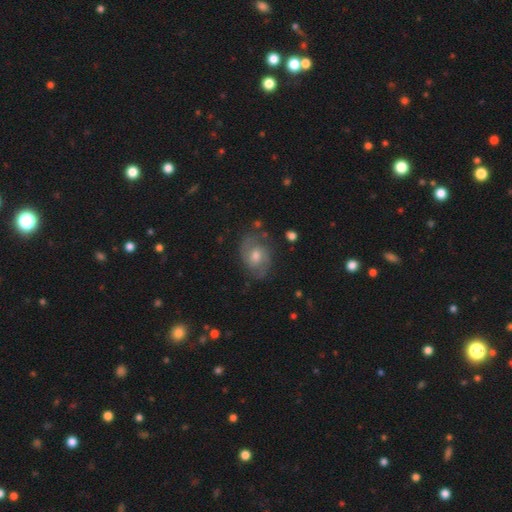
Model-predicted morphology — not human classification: type=featured or disk (76%); edge-on=no (97%); bar=no (61%); spiral arms=yes (93%); winding=medium (50%); arm count=2 (86%); bulge=moderate (66%); merging=none (77%).